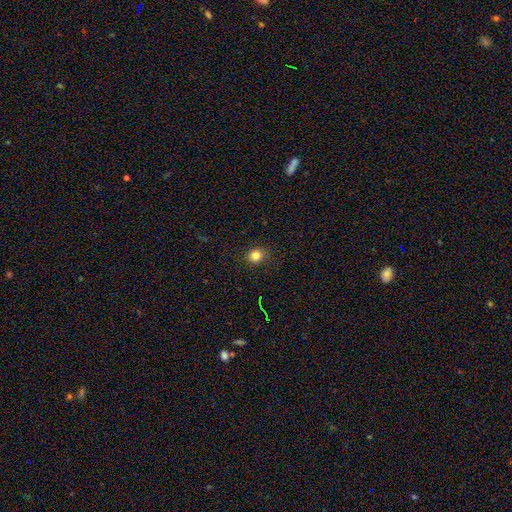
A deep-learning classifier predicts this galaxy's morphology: smooth_or_featured: smooth (p=0.81) [alt: star or artifact p=0.14]
how_rounded: round (p=0.84) [alt: in between p=0.15]
merging: none (p=0.89) [alt: minor disturbance p=0.08]